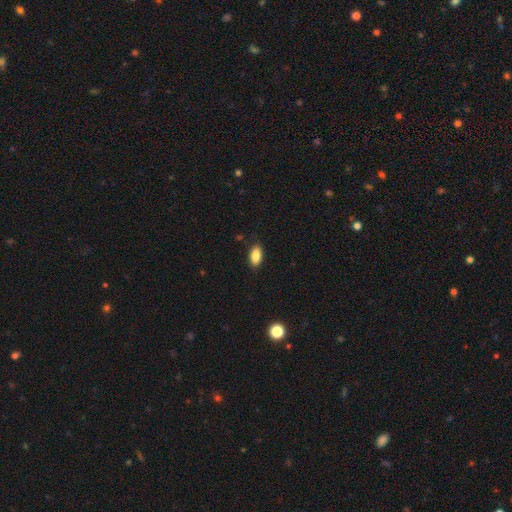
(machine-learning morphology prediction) Q: Smooth or featured?
A: smooth (86%); runner-up: star or artifact (8%)
Q: How rounded?
A: in between (92%); runner-up: cigar-shaped (4%)
Q: Merging?
A: none (87%); runner-up: minor disturbance (10%)